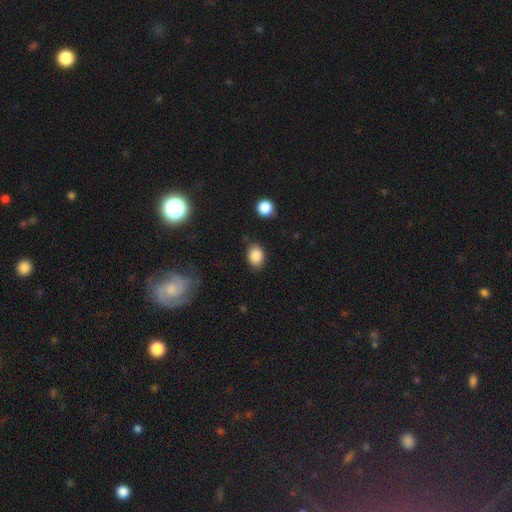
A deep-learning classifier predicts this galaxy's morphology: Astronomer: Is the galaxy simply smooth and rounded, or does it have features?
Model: smooth — 87%.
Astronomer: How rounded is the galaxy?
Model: in between — 62%.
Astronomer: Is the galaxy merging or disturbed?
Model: none — 82%.